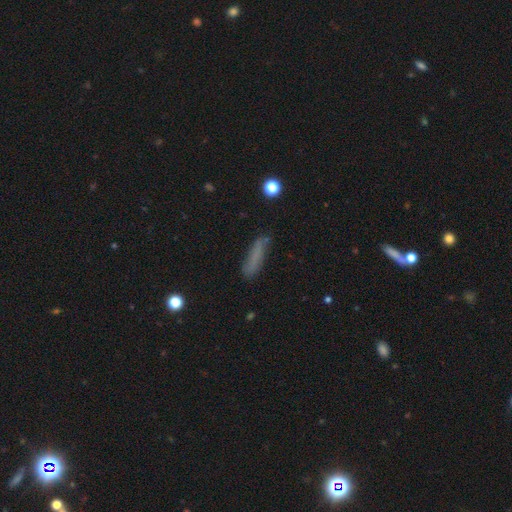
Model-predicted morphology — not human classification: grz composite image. It shows a smooth galaxy with no disk features (66%) that is cigar-shaped (79%). Merging: none (71%).